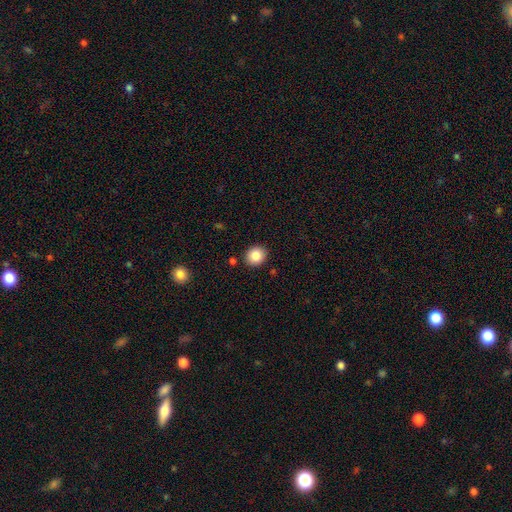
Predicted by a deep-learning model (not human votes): The model was most divided on "how rounded": round: 78%, in between: 21%, cigar-shaped: 1%. More confident: merging — none (89%); smooth or featured — smooth (86%).